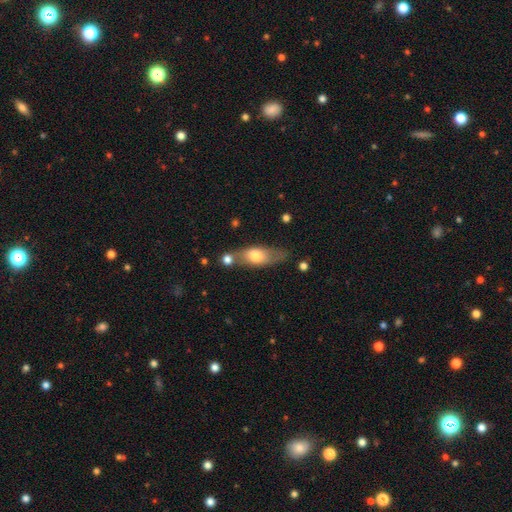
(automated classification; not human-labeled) smooth-or-featured: smooth: 64% | featured or disk: 29% | star or artifact: 6%
  how-rounded: in between: 68% | cigar-shaped: 27% | round: 5%
  merging: none: 57% | minor disturbance: 20% | merger: 17% | major disturbance: 7%